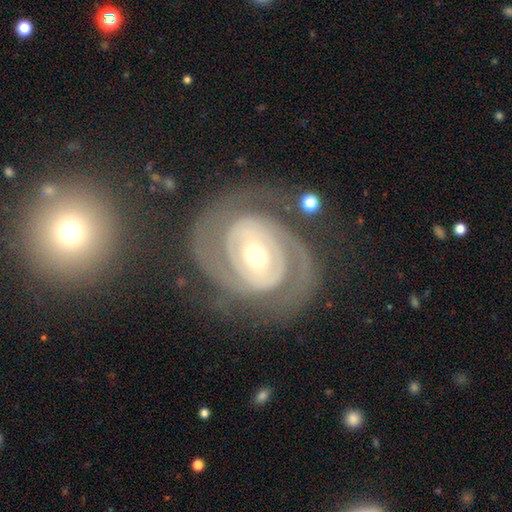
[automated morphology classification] Smooth or featured: featured or disk — 90% (smooth — 5%)
Edge-on disk: no — 97% (yes — 3%)
Bar: no — 38% (weak — 36%)
Spiral arms: yes — 95% (no — 5%)
Spiral winding: tight — 75% (medium — 21%)
Spiral arm count: 2 — 76% (can't tell — 9%)
Bulge size: moderate — 54% (small — 41%)
Merging: none — 73% (minor disturbance — 14%)